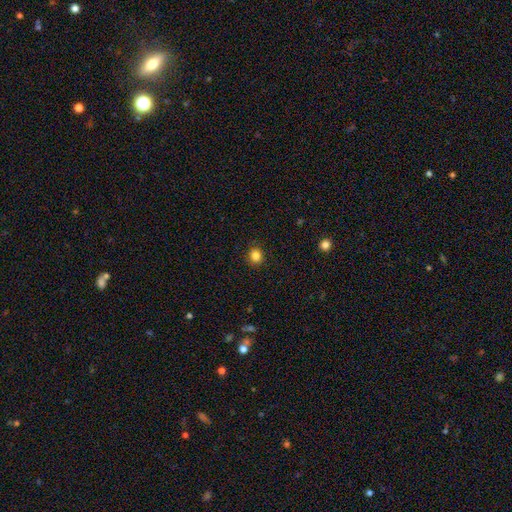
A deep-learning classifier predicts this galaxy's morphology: A smooth galaxy with no disk features (84%) that is round (80%). Merging: none (91%).